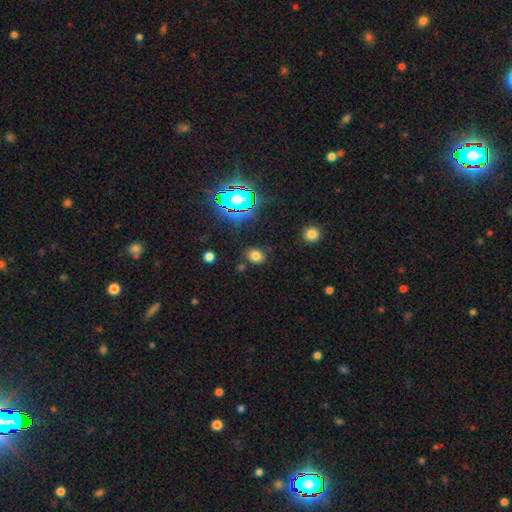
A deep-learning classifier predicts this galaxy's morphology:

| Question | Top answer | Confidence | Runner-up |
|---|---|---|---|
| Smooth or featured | smooth | 71% | star or artifact (22%) |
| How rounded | in between | 55% | round (44%) |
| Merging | none | 81% | minor disturbance (12%) |